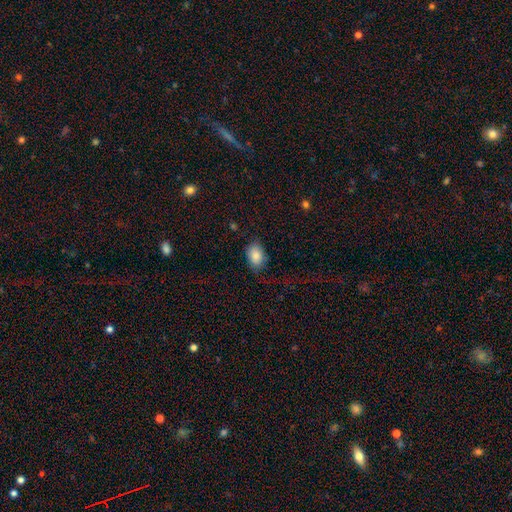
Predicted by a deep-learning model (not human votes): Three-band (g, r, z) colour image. It shows a smooth galaxy with no disk features (85%) that is in between round and cigar-shaped (83%). Merging: none (75%).